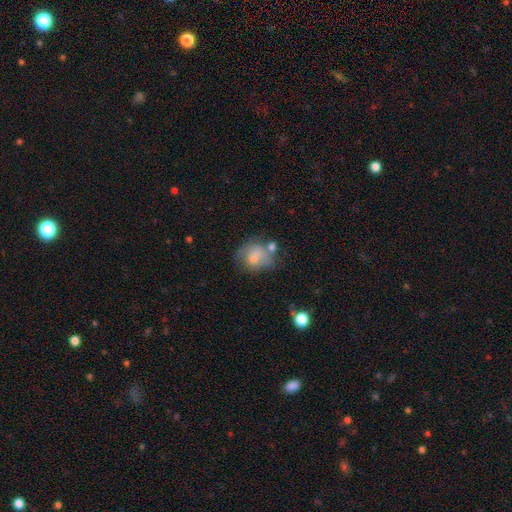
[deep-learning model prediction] Overall: smooth (65%; featured or disk 25%). How rounded: round (63%; in between 36%). Merging: none (41%; minor disturbance 24%).